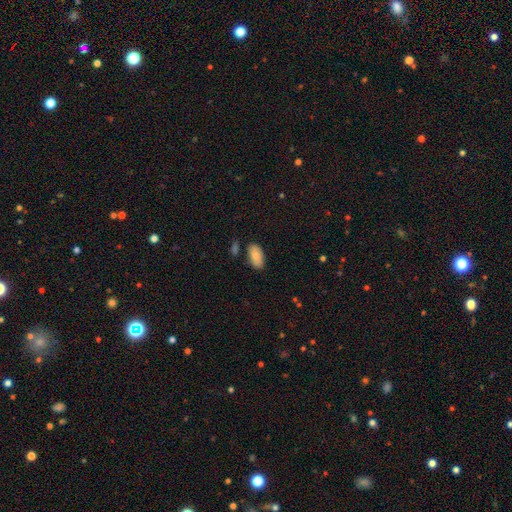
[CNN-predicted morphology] Smooth or featured?
  - smooth: 83% *
  - featured or disk: 11%
  - star or artifact: 7%
How rounded?
  - in between: 94% *
  - cigar-shaped: 3%
  - round: 3%
Merging?
  - none: 77% *
  - minor disturbance: 15%
  - merger: 5%
  - major disturbance: 3%